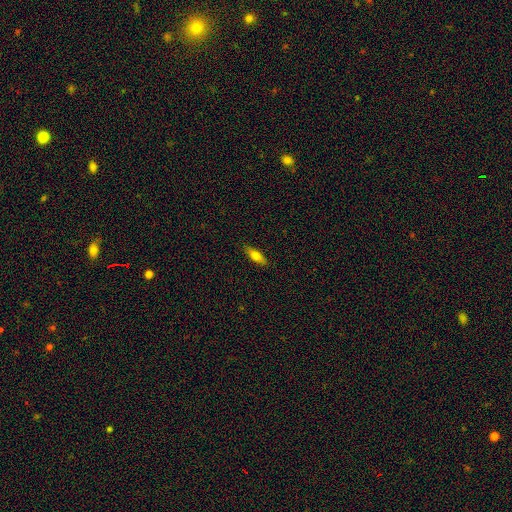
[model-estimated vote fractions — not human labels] Overall: smooth (68%). How rounded: in between (57%; cigar-shaped 40%). Merging: none (87%).